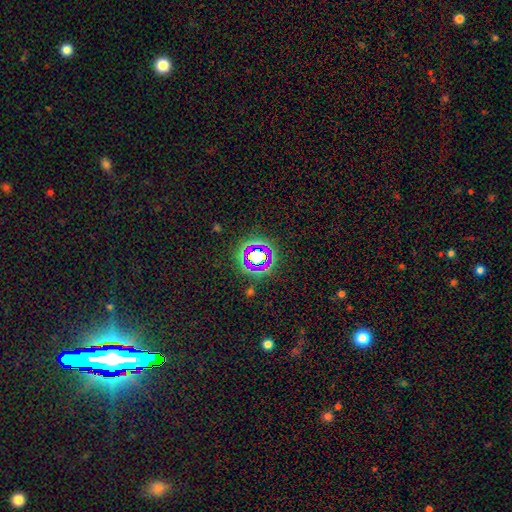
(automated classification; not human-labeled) smooth_or_featured: star or artifact (p=0.58) [alt: smooth p=0.27]